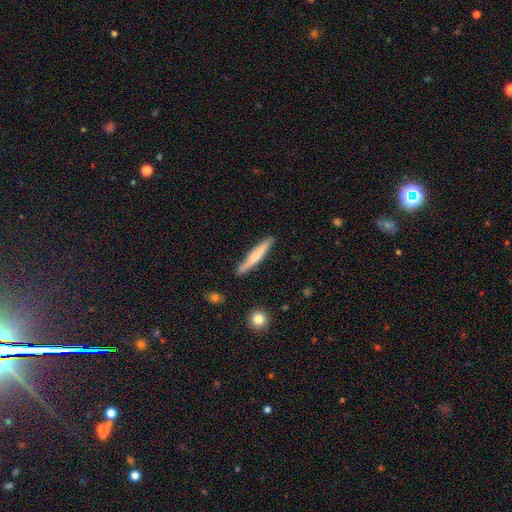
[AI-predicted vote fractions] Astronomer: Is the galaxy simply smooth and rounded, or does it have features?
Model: smooth — 54% (runner-up: featured or disk, 40%).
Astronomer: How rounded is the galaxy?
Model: cigar-shaped — 94%.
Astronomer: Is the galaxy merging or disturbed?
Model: none — 87%.